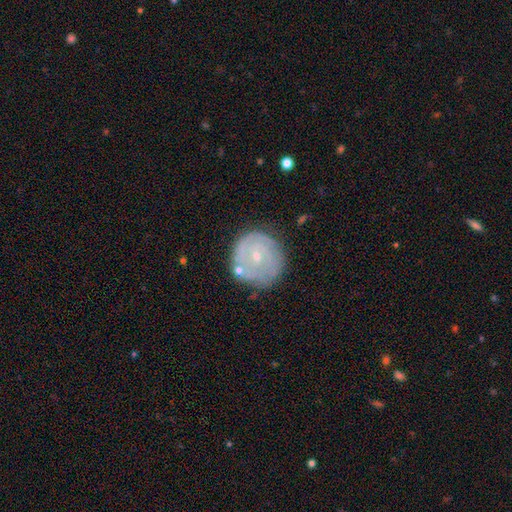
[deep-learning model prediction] Morphology: type=featured or disk (74%); edge-on=no (98%); bar=no (62%); spiral arms=yes (89%); winding=tight (75%); arm count=can't tell (35%); bulge=small (72%); merging=none (74%).